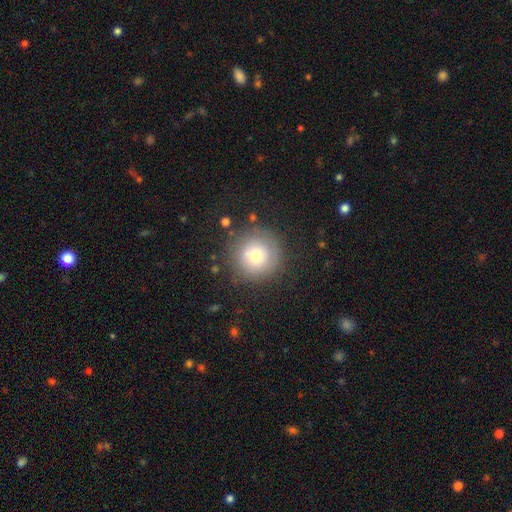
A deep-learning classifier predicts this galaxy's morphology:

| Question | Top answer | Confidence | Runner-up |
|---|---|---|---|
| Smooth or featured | smooth | 70% | featured or disk (19%) |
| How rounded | round | 96% | in between (3%) |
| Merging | none | 81% | minor disturbance (12%) |